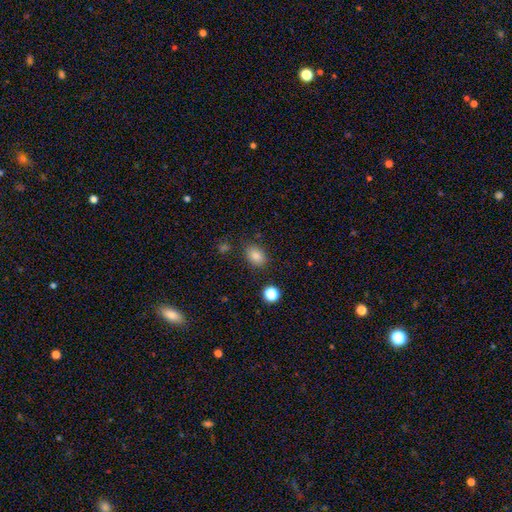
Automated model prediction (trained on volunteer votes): Morphology: type=smooth (83%); roundness=in between (75%); merging=none (81%).